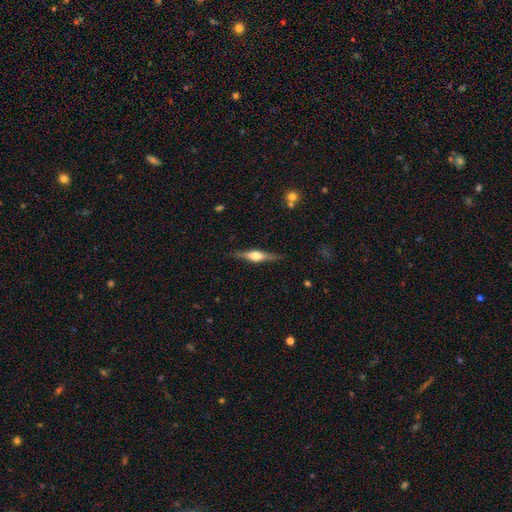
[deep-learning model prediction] Smooth or featured? Predicted: featured or disk (p=0.70). Edge-on disk? Predicted: yes (p=0.96). Edge-on bulge? Predicted: rounded (p=0.90). Merging? Predicted: none (p=0.87).